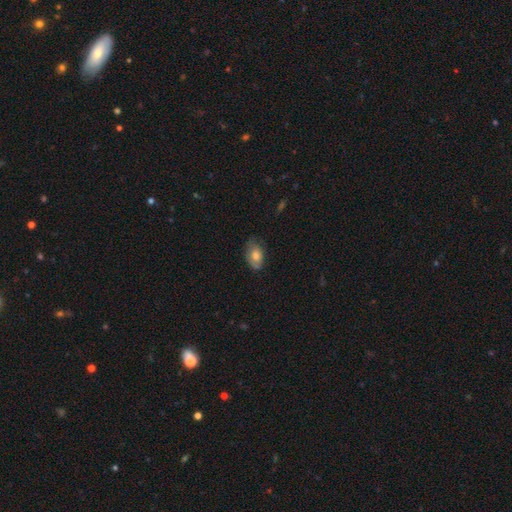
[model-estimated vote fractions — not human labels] smooth_or_featured: smooth (p=0.72) [alt: featured or disk p=0.20]
how_rounded: in between (p=0.88) [alt: round p=0.11]
merging: none (p=0.65) [alt: minor disturbance p=0.28]